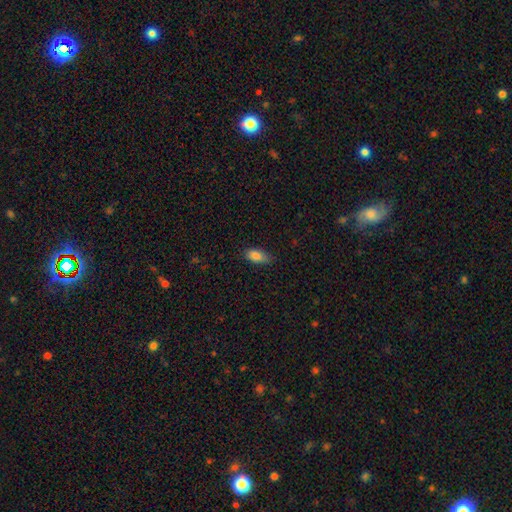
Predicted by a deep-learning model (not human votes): Q: Smooth or featured?
A: smooth (85%); runner-up: star or artifact (8%)
Q: How rounded?
A: in between (88%); runner-up: cigar-shaped (8%)
Q: Merging?
A: none (68%); runner-up: minor disturbance (26%)